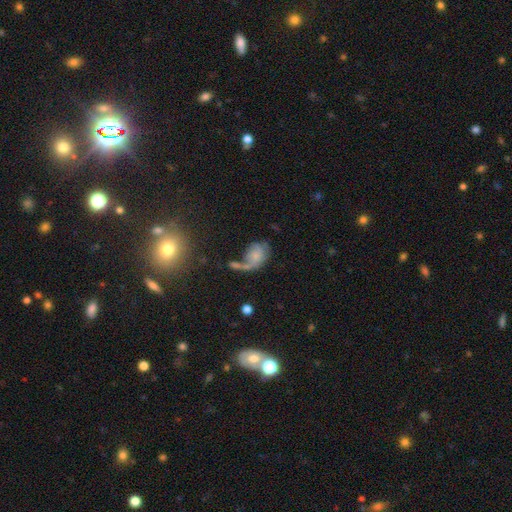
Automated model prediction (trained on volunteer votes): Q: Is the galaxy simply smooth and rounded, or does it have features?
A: smooth — 56%.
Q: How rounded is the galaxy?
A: in between — 72%.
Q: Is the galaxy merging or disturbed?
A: major disturbance — 28%.